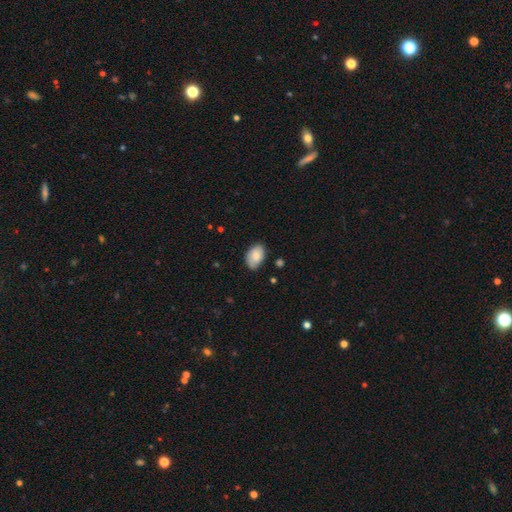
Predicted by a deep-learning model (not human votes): Smooth or featured: smooth — 82% (featured or disk — 11%)
How rounded: in between — 88% (round — 11%)
Merging: none — 75% (minor disturbance — 20%)